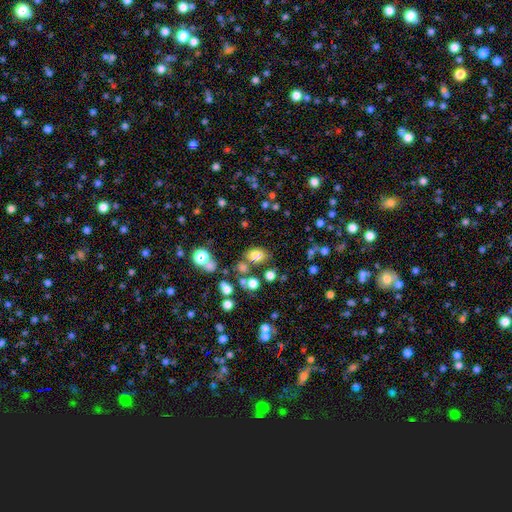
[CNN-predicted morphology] A smooth galaxy with no disk features (72%) that is in between round and cigar-shaped (68%). Merging: none (64%).